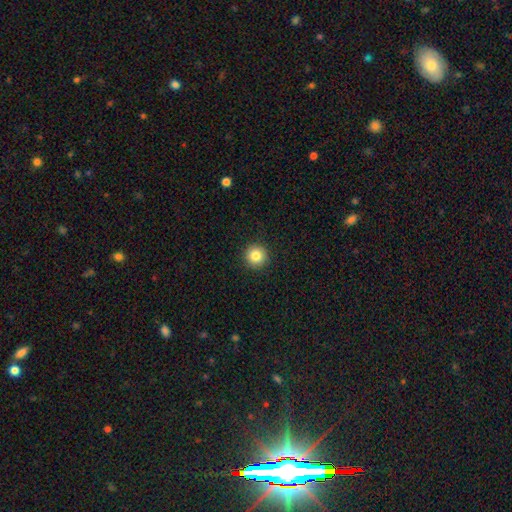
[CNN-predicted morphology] smooth-or-featured: smooth: 84% | star or artifact: 10% | featured or disk: 6%
  how-rounded: round: 96% | in between: 3% | cigar-shaped: 1%
  merging: none: 93% | minor disturbance: 5% | major disturbance: 2% | merger: 1%